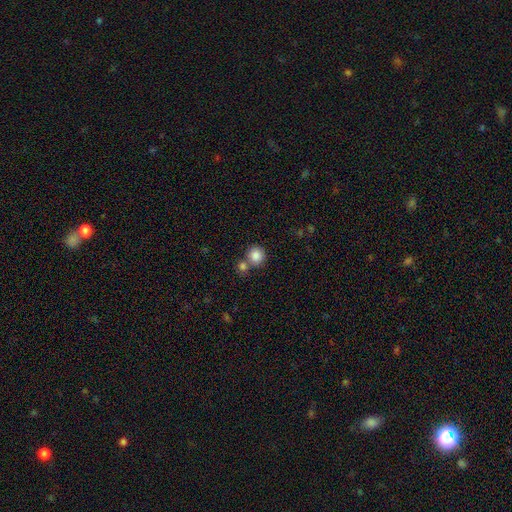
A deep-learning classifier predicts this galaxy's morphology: A smooth galaxy with no disk features (85%) that is round (91%). Merging: none (61%).